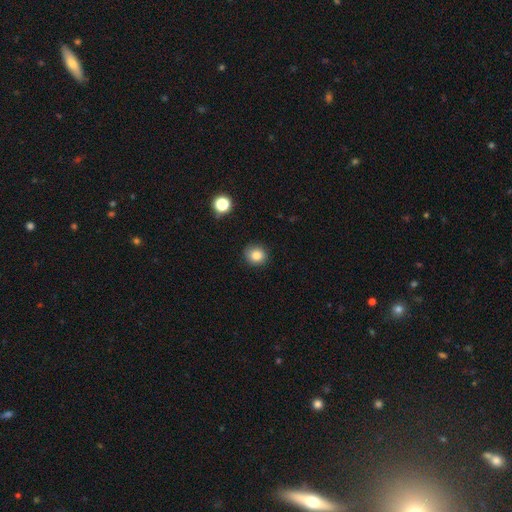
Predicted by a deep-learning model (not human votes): smooth 84%, star or artifact 11%, featured or disk 5%. Down the decision tree: how rounded — round (84%); merging — none (87%).